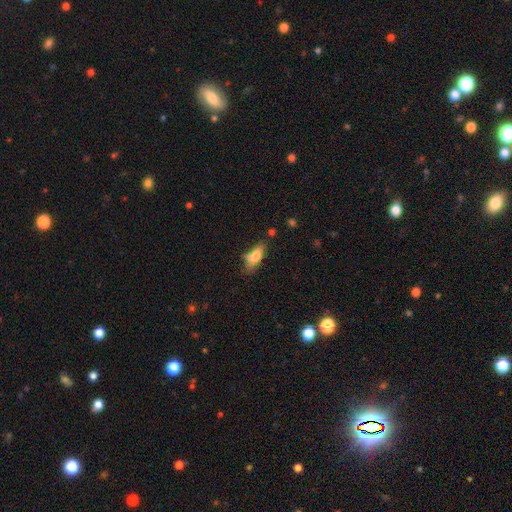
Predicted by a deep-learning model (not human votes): This is likely a smooth galaxy (74%). How rounded: likely in between (72%). Merging: possibly none (51%).